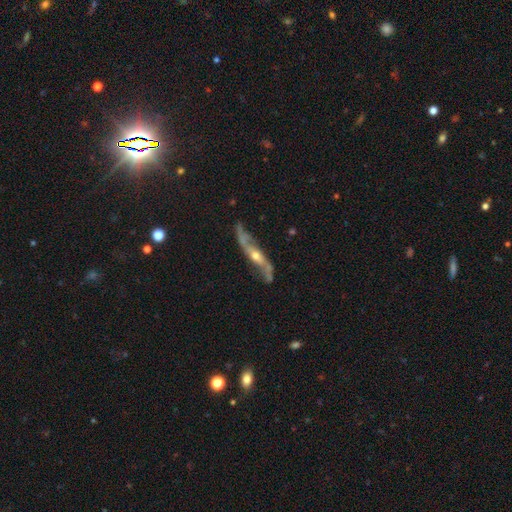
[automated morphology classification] smooth_or_featured: featured or disk (p=0.83) [alt: star or artifact p=0.09]
disk_edge_on: no (p=0.61) [alt: yes p=0.39]
bar: no (p=0.55) [alt: weak p=0.29]
has_spiral_arms: yes (p=0.94) [alt: no p=0.06]
bulge_size: moderate (p=0.60) [alt: small p=0.32]
merging: none (p=0.76) [alt: minor disturbance p=0.15]